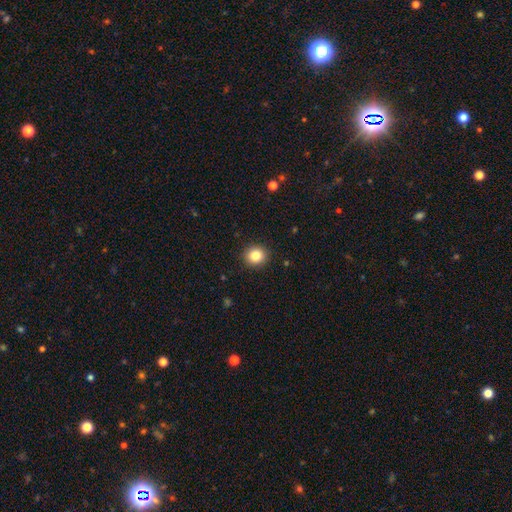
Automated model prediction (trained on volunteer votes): smooth 84%, star or artifact 10%, featured or disk 6%. Down the decision tree: how rounded — round (86%); merging — none (92%).